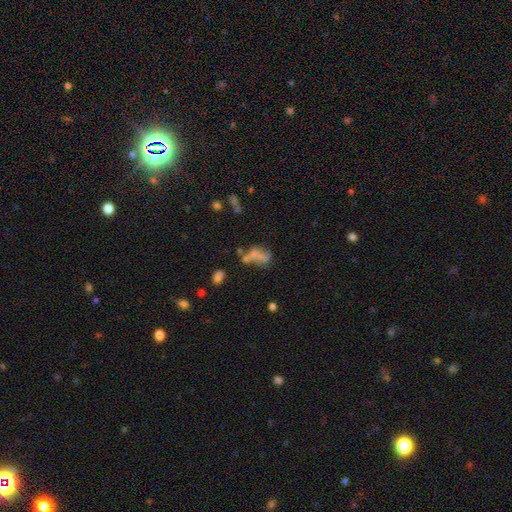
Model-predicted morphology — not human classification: Overall: smooth (43%; featured or disk 40%). Merging: merger (28%, tied with none).